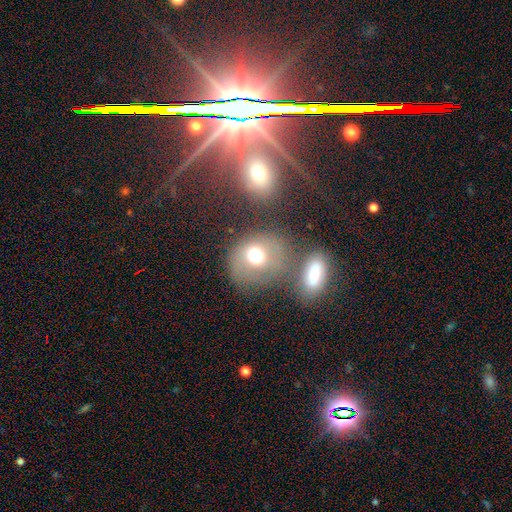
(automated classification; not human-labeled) A smooth galaxy with no disk features (68%) that is round (71%).

Vote fractions:
- Smooth or featured? smooth: 68% / featured or disk: 20% / star or artifact: 12%
- How rounded? round: 71% / in between: 28% / cigar-shaped: 1%
- Merging? none: 47% / merger: 26% / minor disturbance: 16% / major disturbance: 11%